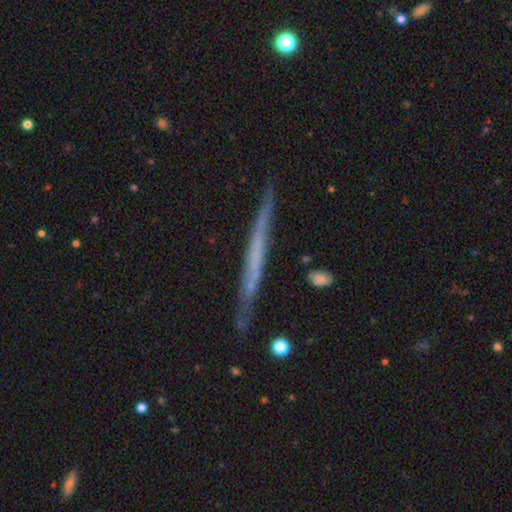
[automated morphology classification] Smooth or featured: featured or disk — 59% (smooth — 34%)
Edge-on disk: yes — 96% (no — 4%)
Edge-on bulge: none — 90% (rounded — 5%)
Merging: none — 87% (minor disturbance — 10%)